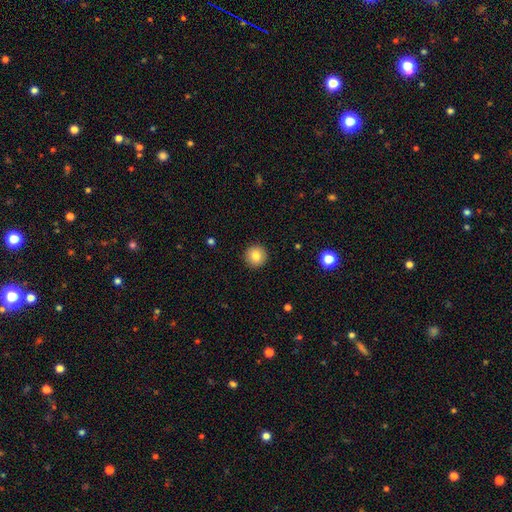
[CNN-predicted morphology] Smooth or featured? Predicted: smooth (p=0.83). How rounded? Predicted: round (p=0.96). Merging? Predicted: none (p=0.92).